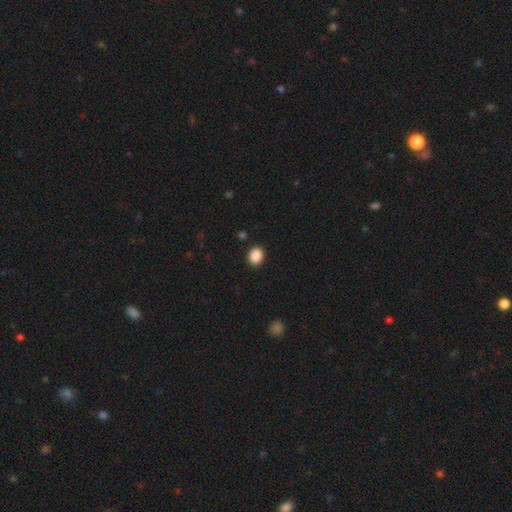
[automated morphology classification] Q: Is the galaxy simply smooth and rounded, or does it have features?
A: smooth — 89%.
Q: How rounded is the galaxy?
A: round — 50%.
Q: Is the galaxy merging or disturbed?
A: none — 89%.